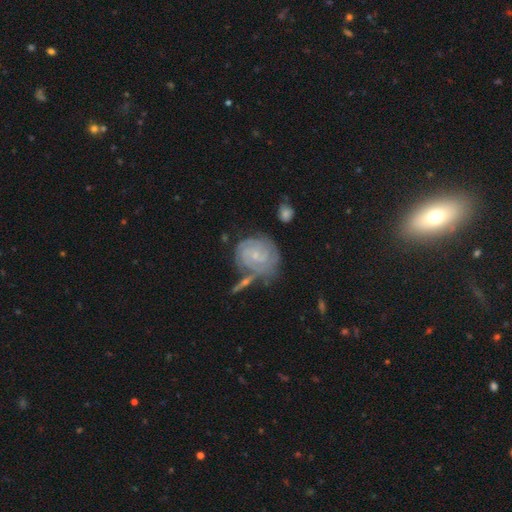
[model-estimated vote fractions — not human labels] A featured or disk galaxy (81%) with no bar (66%), tight (75%) spiral arms (94%) and a small central bulge (73%).

Vote fractions:
- Smooth or featured? featured or disk: 81% / smooth: 13% / star or artifact: 7%
- Edge-on disk? no: 97% / yes: 3%
- Bar? no: 66% / weak: 29% / strong: 5%
- Spiral arms? yes: 94% / no: 6%
- Spiral winding? tight: 75% / medium: 20% / loose: 5%
- Spiral arm count? can't tell: 32% / 2: 31% / 3: 20% / 4: 8% / 1: 5% / more than 4: 5%
- Bulge size? small: 73% / moderate: 19% / none: 6% / large: 1% / dominant: 1%
- Merging? none: 58% / minor disturbance: 19% / merger: 13% / major disturbance: 9%